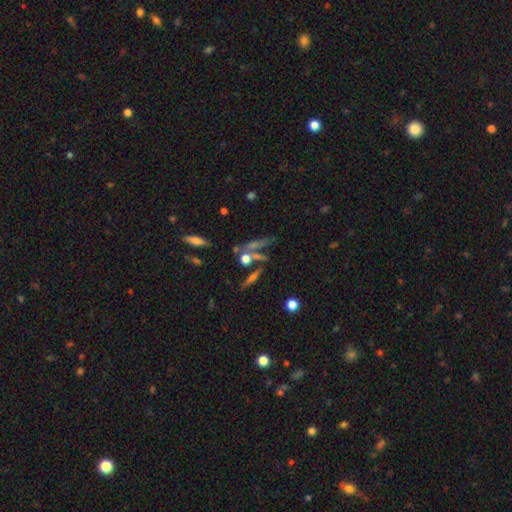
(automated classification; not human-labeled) This is possibly a featured or disk galaxy (46%). Merging: possibly none (56%).